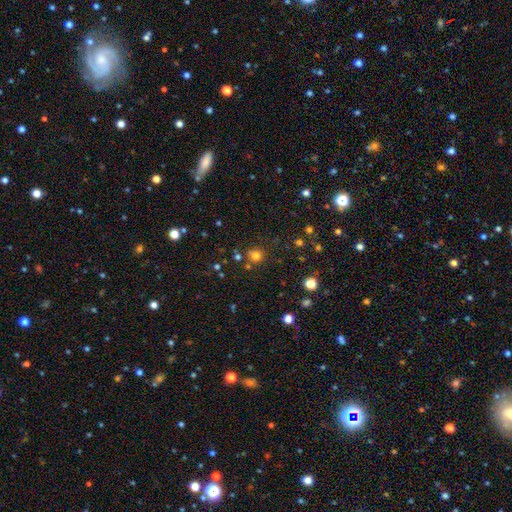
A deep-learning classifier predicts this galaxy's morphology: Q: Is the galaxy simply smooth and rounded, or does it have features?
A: smooth — 75%.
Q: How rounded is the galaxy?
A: round — 90%.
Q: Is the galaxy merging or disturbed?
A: none — 76%.